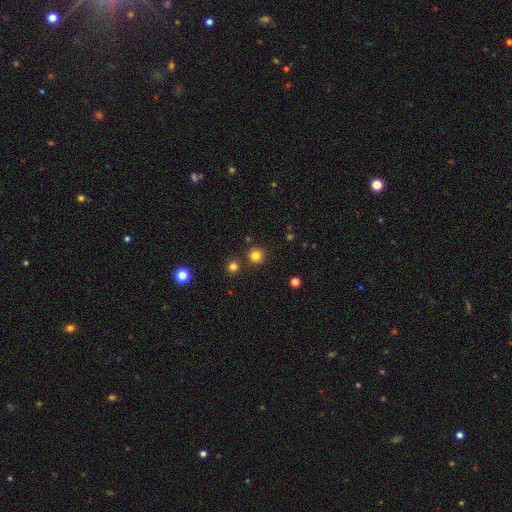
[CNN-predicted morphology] This appears to be a smooth galaxy with no disk features (80%) that is round (95%). Merging: none (87%).